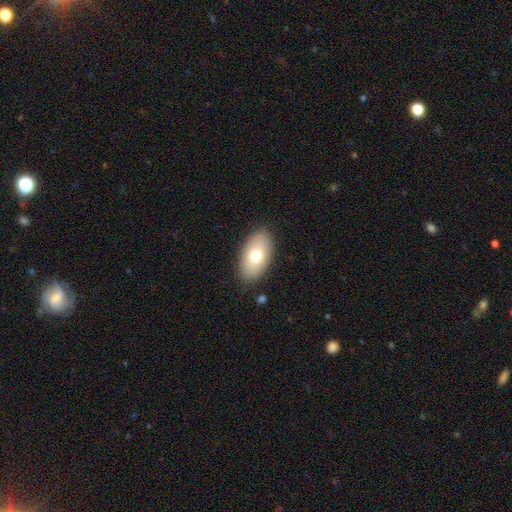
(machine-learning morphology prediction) Q: Smooth or featured?
A: smooth (70%); runner-up: featured or disk (23%)
Q: How rounded?
A: in between (93%); runner-up: round (5%)
Q: Merging?
A: none (86%); runner-up: minor disturbance (10%)